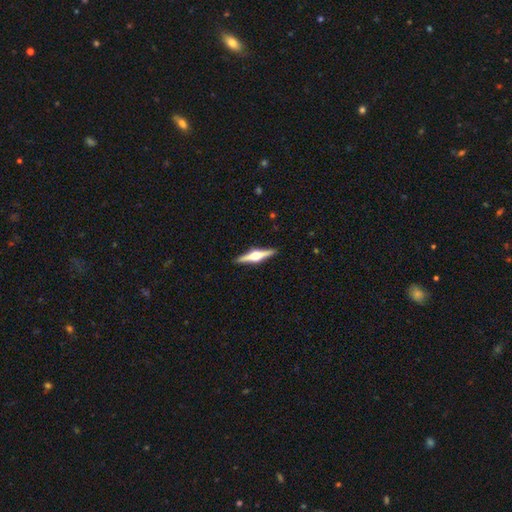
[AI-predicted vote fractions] Morphology: type=featured or disk (79%); edge-on=yes (98%); edge-on bulge=rounded (96%); merging=none (92%).